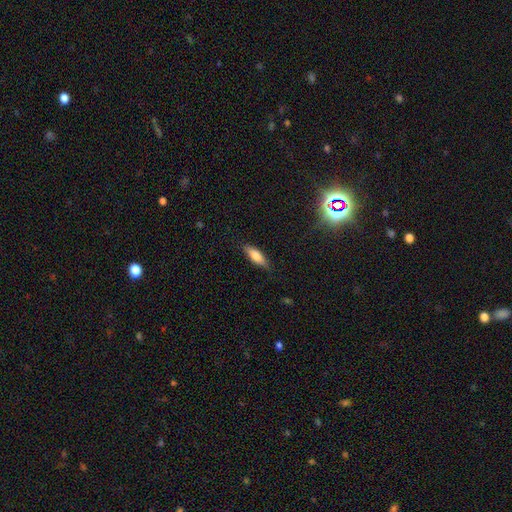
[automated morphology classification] A smooth galaxy with no disk features (77%) that is in between round and cigar-shaped (54%). Merging: none (82%).